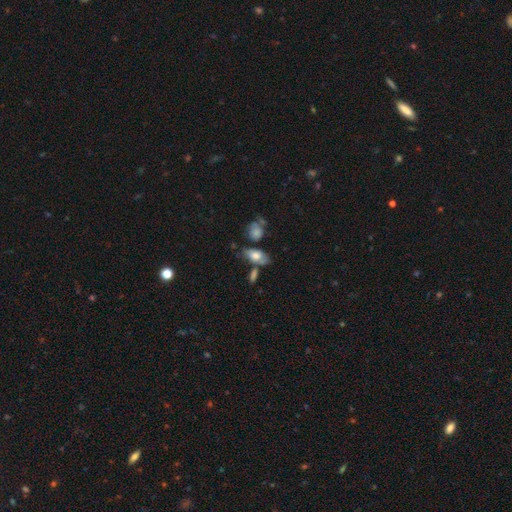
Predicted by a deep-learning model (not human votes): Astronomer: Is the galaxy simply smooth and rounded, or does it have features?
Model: smooth — 68%.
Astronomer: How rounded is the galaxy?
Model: in between — 84%.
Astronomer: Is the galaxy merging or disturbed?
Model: none — 49%.